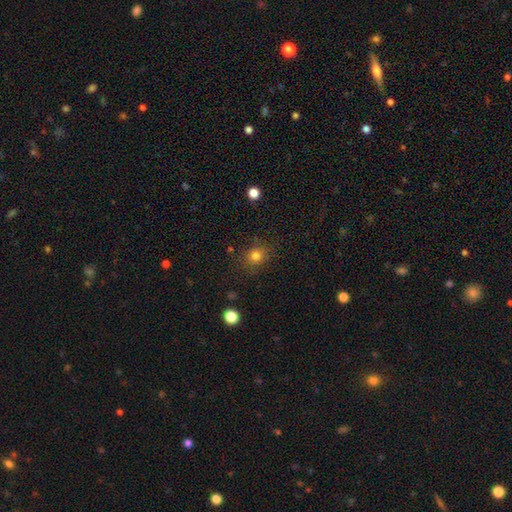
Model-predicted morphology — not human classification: Q: Smooth or featured?
A: smooth (81%); runner-up: star or artifact (13%)
Q: How rounded?
A: round (80%); runner-up: in between (19%)
Q: Merging?
A: none (83%); runner-up: minor disturbance (11%)